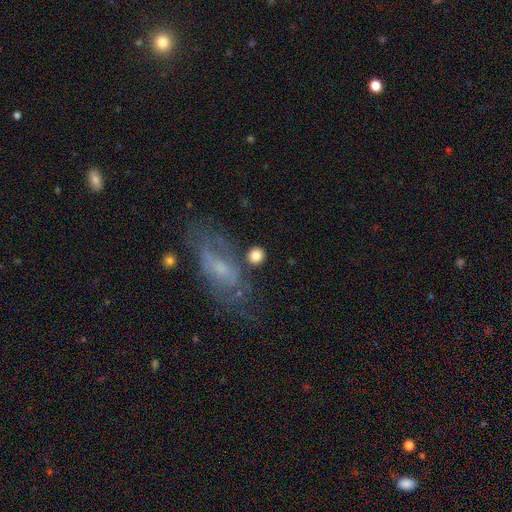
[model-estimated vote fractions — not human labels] This is clearly a smooth galaxy (80%). How rounded: clearly round (84%). Merging: likely none (74%).